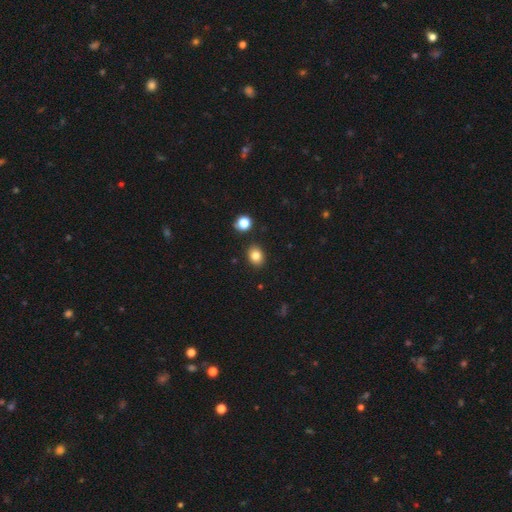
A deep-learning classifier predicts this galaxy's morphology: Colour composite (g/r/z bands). It shows a smooth galaxy with no disk features (82%) that is in between round and cigar-shaped (53%). Merging: none (88%).